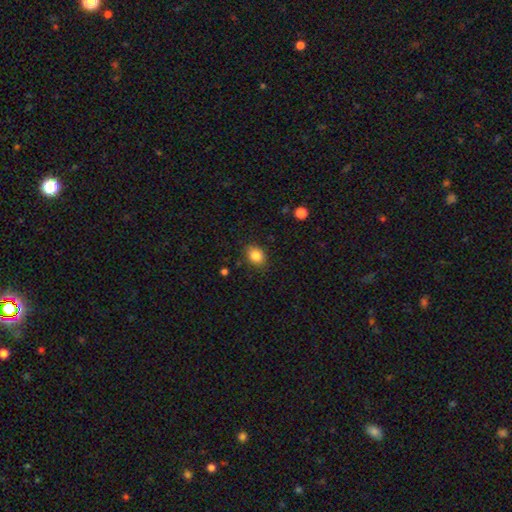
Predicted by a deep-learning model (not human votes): Smooth or featured? Predicted: smooth (p=0.84). How rounded? Predicted: in between (p=0.57). Merging? Predicted: none (p=0.85).